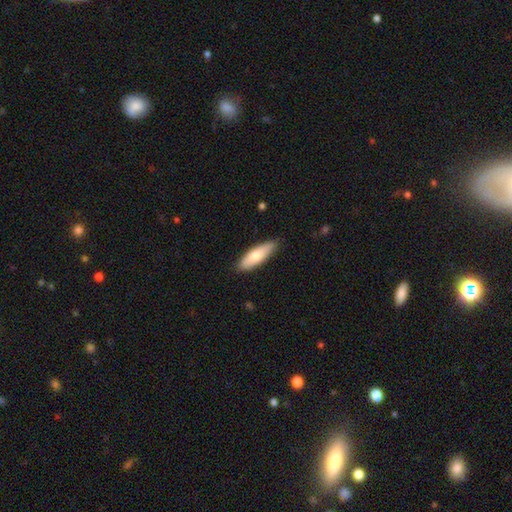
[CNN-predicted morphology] smooth_or_featured: smooth (p=0.73) [alt: featured or disk p=0.22]
how_rounded: in between (p=0.54) [alt: cigar-shaped p=0.44]
merging: none (p=0.85) [alt: minor disturbance p=0.12]